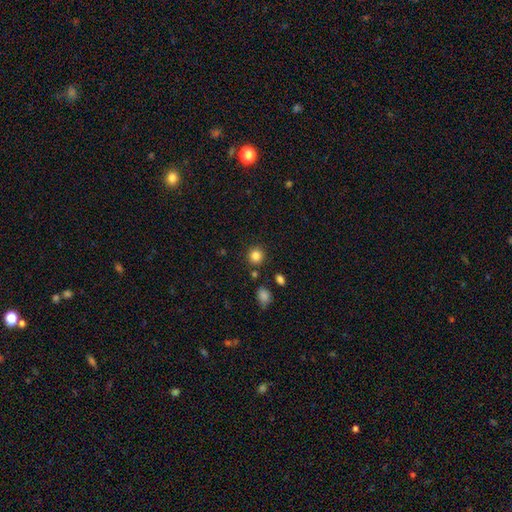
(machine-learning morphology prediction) The model was most divided on "smooth or featured": smooth: 84%, star or artifact: 11%, featured or disk: 5%. More confident: how rounded — round (91%); merging — none (86%).